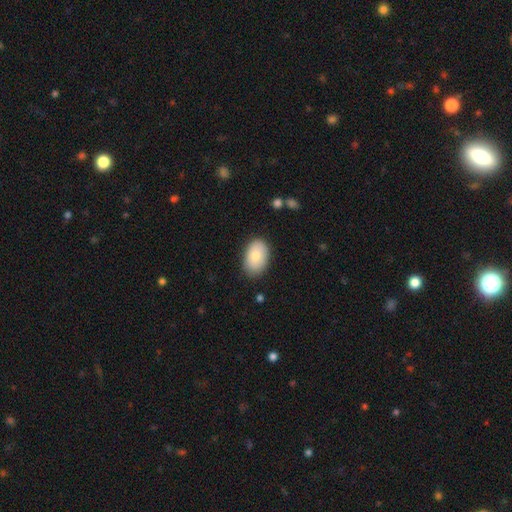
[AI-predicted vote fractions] smooth_or_featured: smooth (p=0.80) [alt: featured or disk p=0.13]
how_rounded: in between (p=0.91) [alt: round p=0.08]
merging: none (p=0.83) [alt: minor disturbance p=0.13]